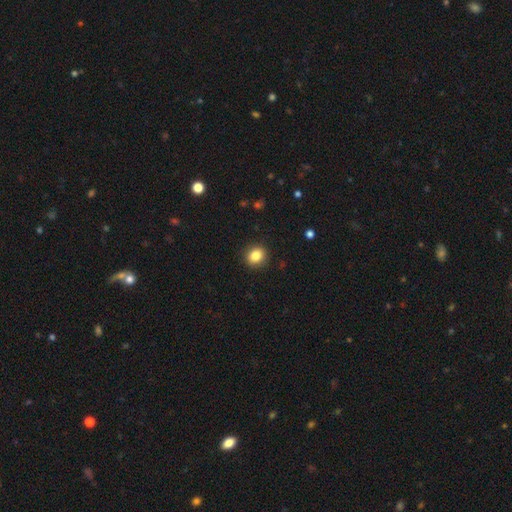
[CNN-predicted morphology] smooth_or_featured: smooth (p=0.85) [alt: star or artifact p=0.10]
how_rounded: round (p=0.73) [alt: in between p=0.26]
merging: none (p=0.90) [alt: minor disturbance p=0.07]